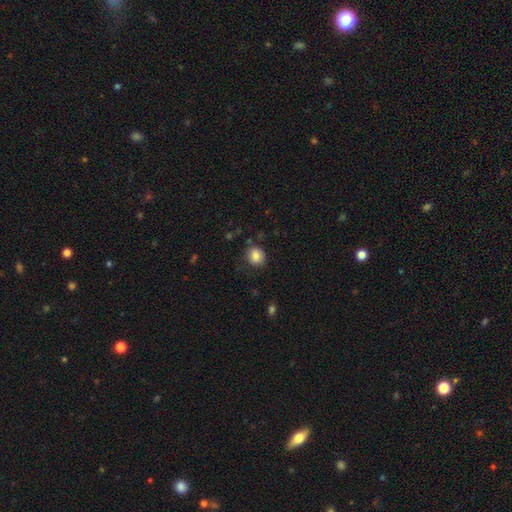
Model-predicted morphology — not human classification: Smooth or featured? smooth (83%)
How rounded? round (77%)
Merging? none (79%)